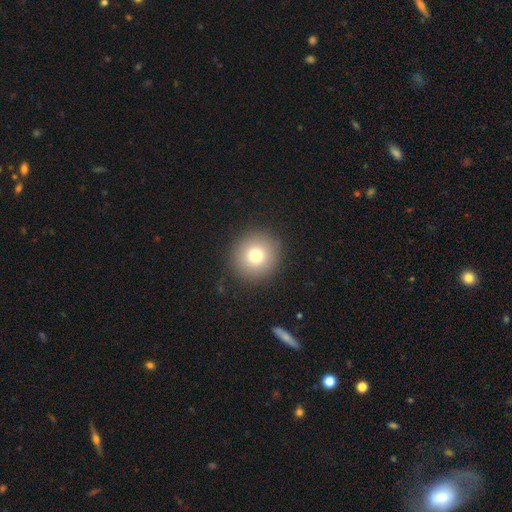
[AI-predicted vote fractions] This is likely a smooth galaxy (76%). How rounded: clearly round (94%). Merging: clearly none (91%).